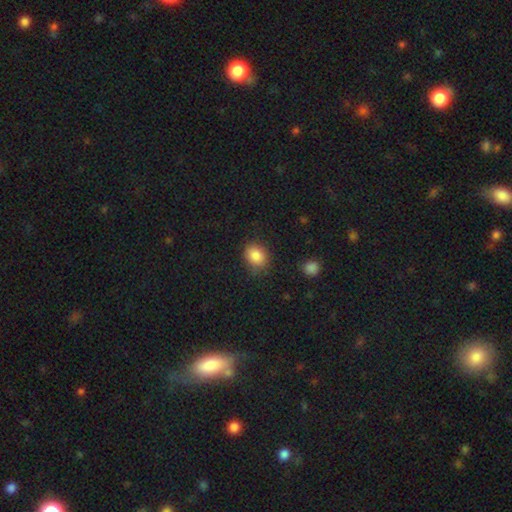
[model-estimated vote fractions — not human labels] Overall: smooth (85%). How rounded: in between (50%; round 49%). Merging: none (81%).